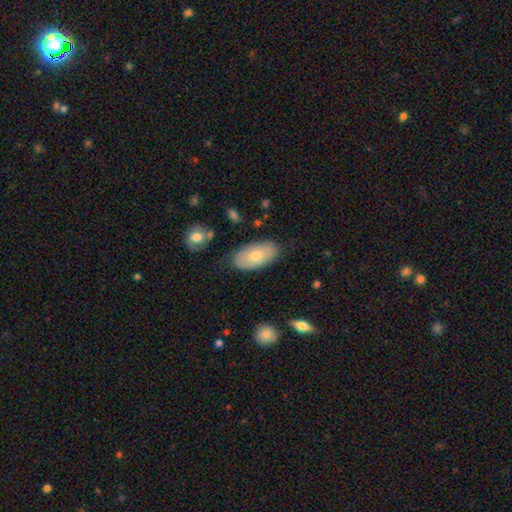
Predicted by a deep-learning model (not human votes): Morphology: type=smooth (69%); roundness=in between (94%); merging=none (78%).